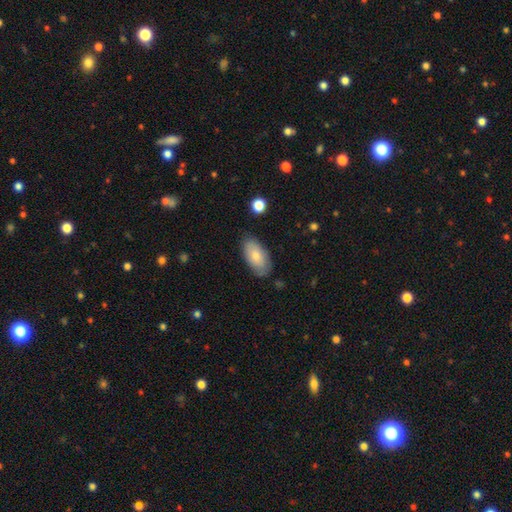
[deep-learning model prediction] Q: Smooth or featured?
A: smooth (78%); runner-up: featured or disk (16%)
Q: How rounded?
A: in between (94%); runner-up: cigar-shaped (3%)
Q: Merging?
A: none (80%); runner-up: minor disturbance (15%)